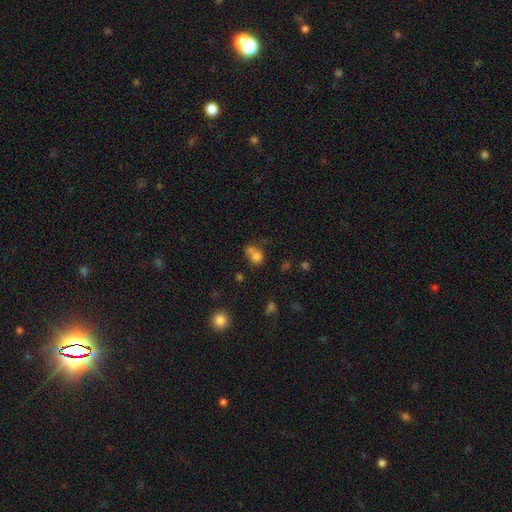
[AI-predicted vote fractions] Overall: smooth (75%). How rounded: round (53%; in between 45%). Merging: merger (38%; none 33%).